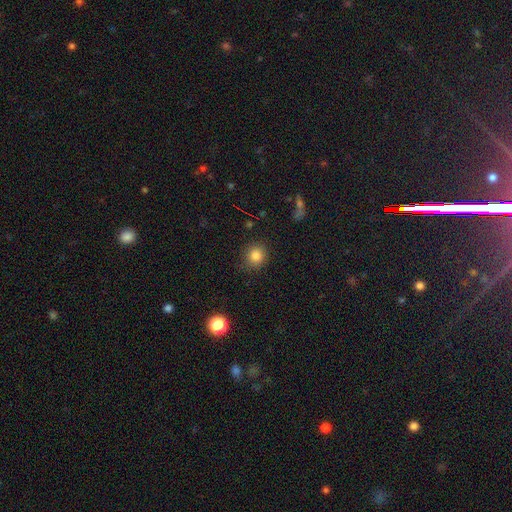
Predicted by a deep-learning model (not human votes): smooth-or-featured: smooth: 83% | star or artifact: 12% | featured or disk: 5%
  how-rounded: round: 87% | in between: 12% | cigar-shaped: 1%
  merging: none: 86% | minor disturbance: 10% | major disturbance: 3% | merger: 1%